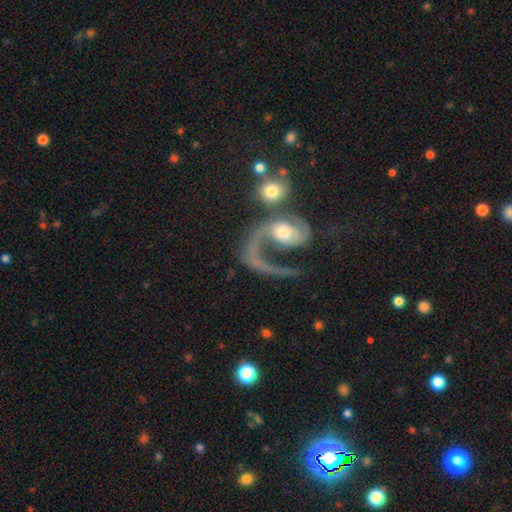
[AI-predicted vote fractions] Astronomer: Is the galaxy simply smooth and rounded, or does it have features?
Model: featured or disk — 78%.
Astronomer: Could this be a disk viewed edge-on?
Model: no — 97%.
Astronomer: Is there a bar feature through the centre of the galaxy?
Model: no — 64%.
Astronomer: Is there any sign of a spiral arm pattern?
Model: yes — 86%.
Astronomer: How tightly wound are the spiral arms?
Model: loose — 52% (runner-up: medium, 34%).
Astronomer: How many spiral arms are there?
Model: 1 — 77%.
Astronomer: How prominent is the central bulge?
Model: moderate — 58%.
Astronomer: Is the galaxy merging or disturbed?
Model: major disturbance — 35% (runner-up: merger, 30%).